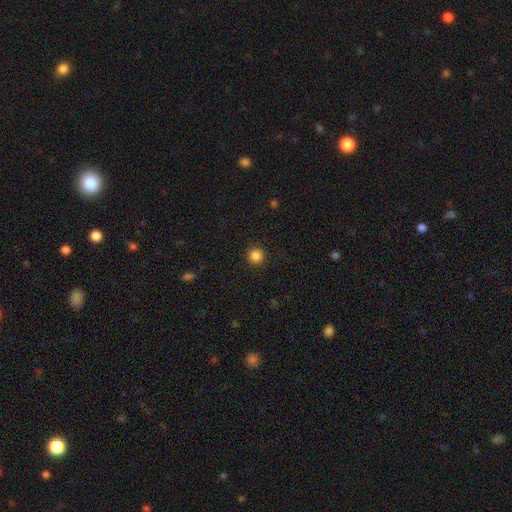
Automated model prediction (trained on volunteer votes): A smooth galaxy with no disk features (86%) that is round (95%). Merging: none (92%).